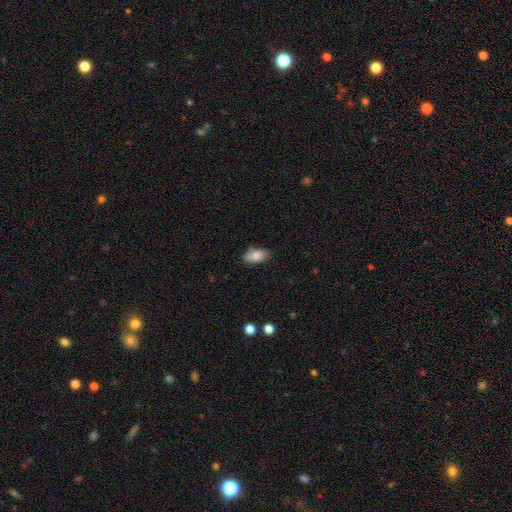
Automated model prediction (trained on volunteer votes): smooth 83%, featured or disk 10%, star or artifact 7%. Down the decision tree: how rounded — in between (92%); merging — none (75%).